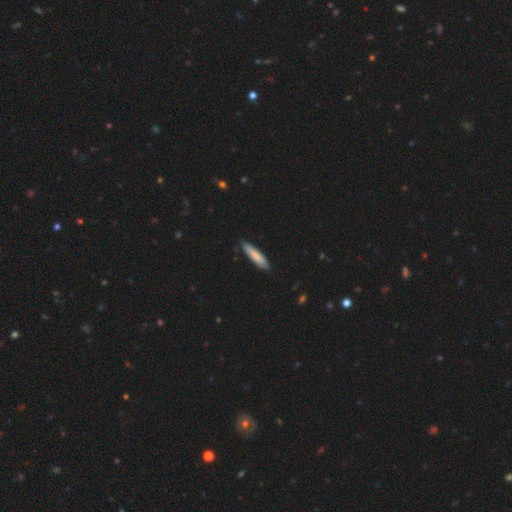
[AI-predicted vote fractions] Overall: smooth (79%). How rounded: cigar-shaped (81%). Merging: none (83%).